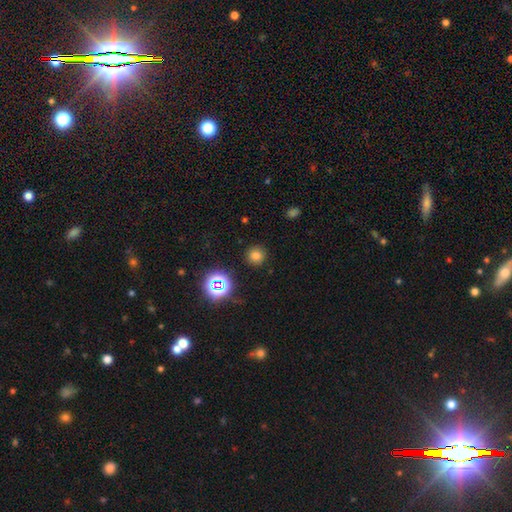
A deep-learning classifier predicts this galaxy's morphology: Smooth or featured? smooth (73%)
How rounded? round (93%)
Merging? none (90%)